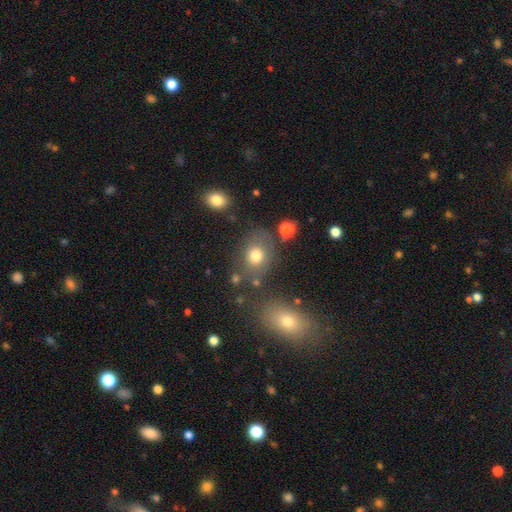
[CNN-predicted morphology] The model was most divided on "how rounded": in between: 51%, round: 48%, cigar-shaped: 1%. More confident: smooth or featured — smooth (75%); merging — none (68%).